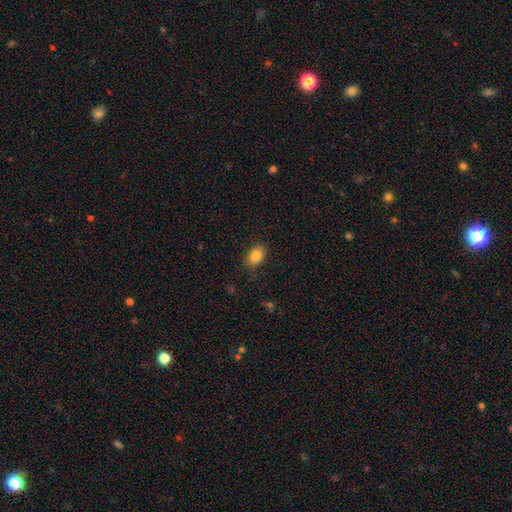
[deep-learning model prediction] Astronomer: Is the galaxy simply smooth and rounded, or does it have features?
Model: smooth — 84%.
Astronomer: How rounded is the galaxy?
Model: in between — 73%.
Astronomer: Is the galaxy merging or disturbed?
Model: none — 82%.